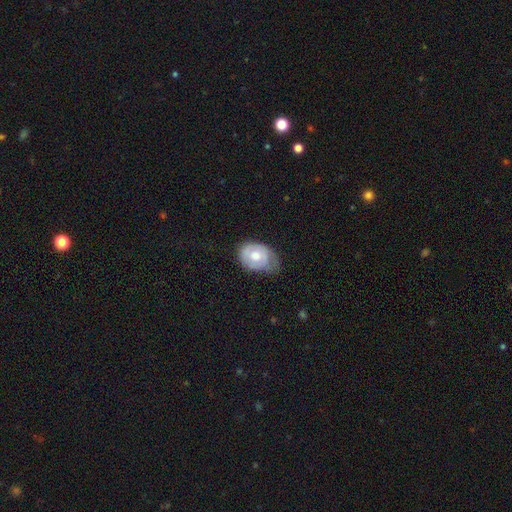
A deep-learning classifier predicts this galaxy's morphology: This is possibly a smooth galaxy (51%). How rounded: likely in between (68%). Merging: marginally minor disturbance (43%).